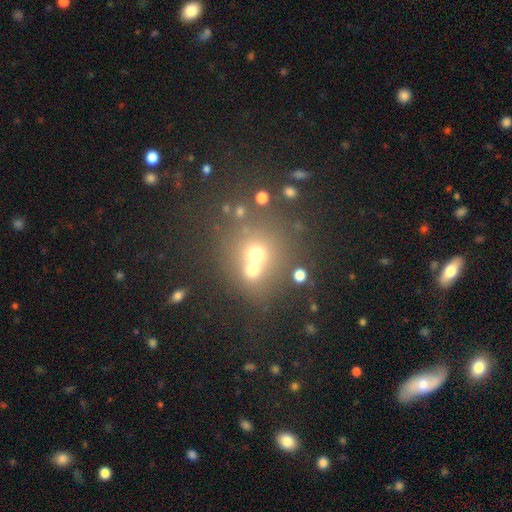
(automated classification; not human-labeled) A smooth galaxy with no disk features (57%) that is round (81%). Merging: merger (46%).